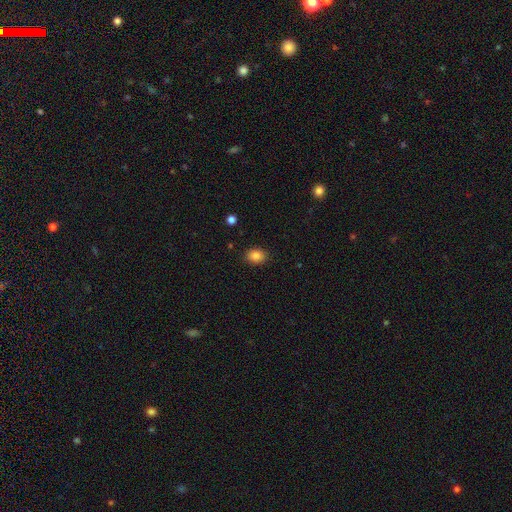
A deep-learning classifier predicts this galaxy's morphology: This appears to be a smooth galaxy with no disk features (86%) that is in between round and cigar-shaped (64%). Merging: none (88%).